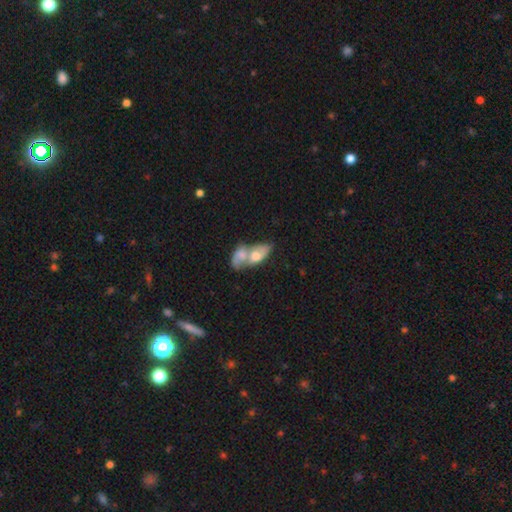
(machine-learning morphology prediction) type=smooth (58%); roundness=in between (84%); merging=merger (77%).